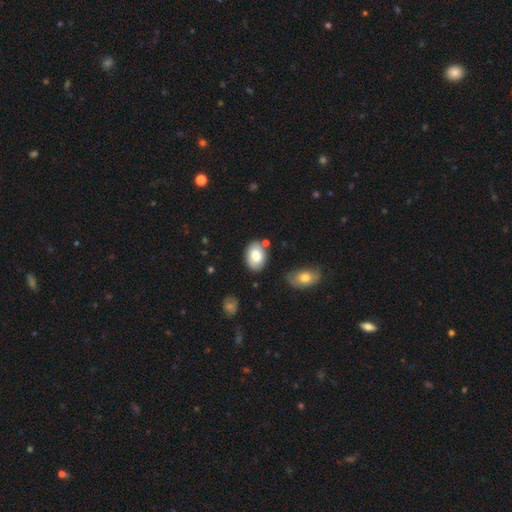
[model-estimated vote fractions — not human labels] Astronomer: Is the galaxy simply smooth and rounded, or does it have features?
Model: smooth — 75%.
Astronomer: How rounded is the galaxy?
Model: in between — 85%.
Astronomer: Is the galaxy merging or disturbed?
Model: none — 75%.